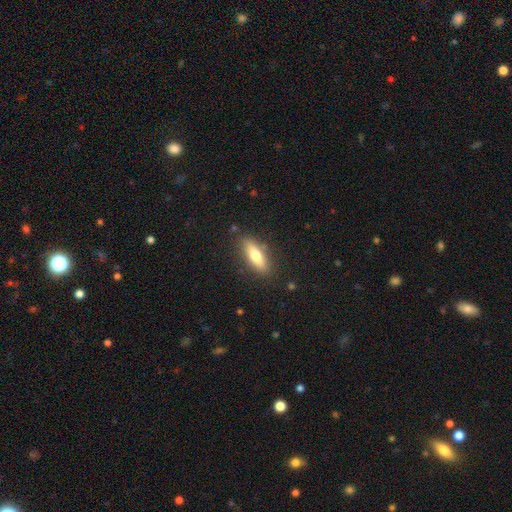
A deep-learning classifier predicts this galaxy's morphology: Q: Smooth or featured?
A: smooth (70%); runner-up: featured or disk (23%)
Q: How rounded?
A: in between (54%); runner-up: cigar-shaped (43%)
Q: Merging?
A: none (85%); runner-up: minor disturbance (11%)